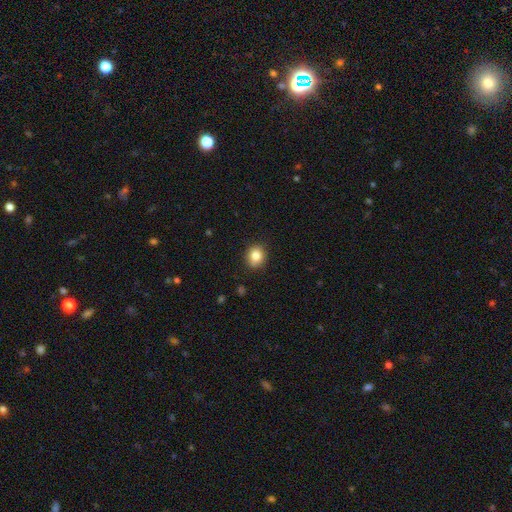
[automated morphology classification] Q: Smooth or featured?
A: smooth (84%); runner-up: star or artifact (10%)
Q: How rounded?
A: round (72%); runner-up: in between (27%)
Q: Merging?
A: none (85%); runner-up: minor disturbance (11%)